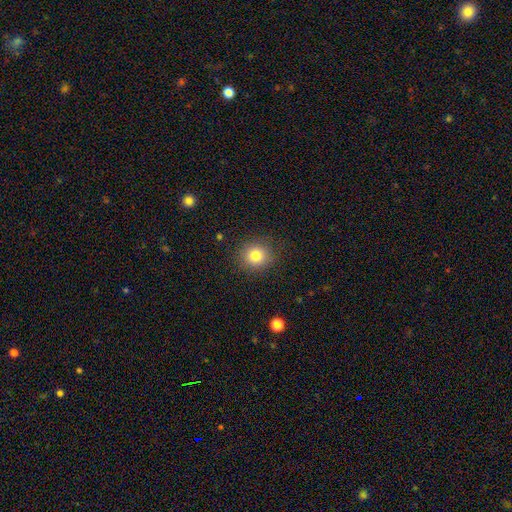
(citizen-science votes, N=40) This appears to be a smooth galaxy with no disk features (95%) that is round (95%). Merging: none (85%).